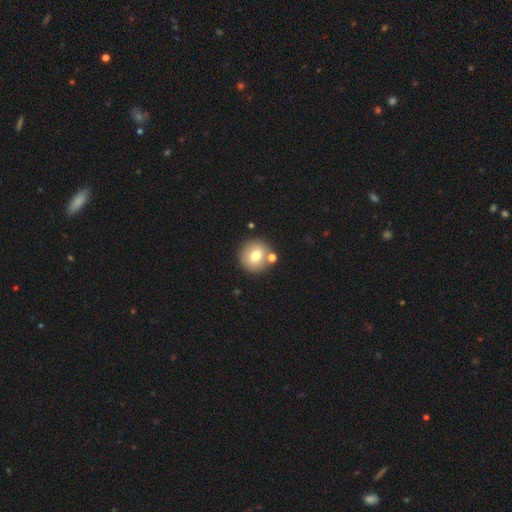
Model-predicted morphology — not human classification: Smooth or featured? smooth (73%)
How rounded? round (91%)
Merging? none (77%)